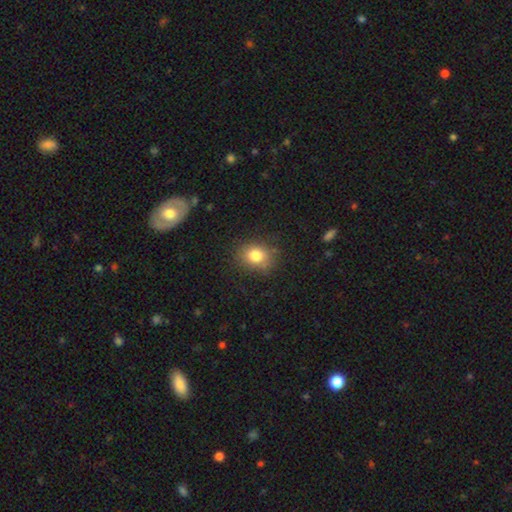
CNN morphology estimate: This appears to be a smooth galaxy with no disk features (81%) that is round (55%). Merging: none (80%).